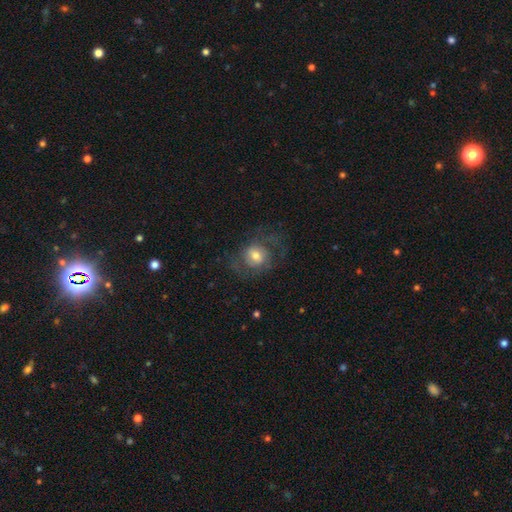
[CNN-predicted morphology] The model was most divided on "smooth or featured": smooth: 50%, featured or disk: 41%, star or artifact: 9%. More confident: how rounded — round (64%); merging — none (54%).